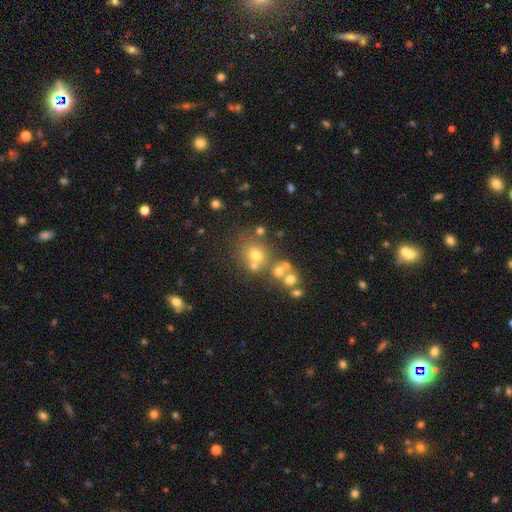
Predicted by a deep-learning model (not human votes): Smooth or featured?
  - smooth: 58% *
  - star or artifact: 23%
  - featured or disk: 20%
How rounded?
  - round: 78% *
  - in between: 21%
  - cigar-shaped: 1%
Merging?
  - none: 55% *
  - merger: 28%
  - minor disturbance: 11%
  - major disturbance: 6%